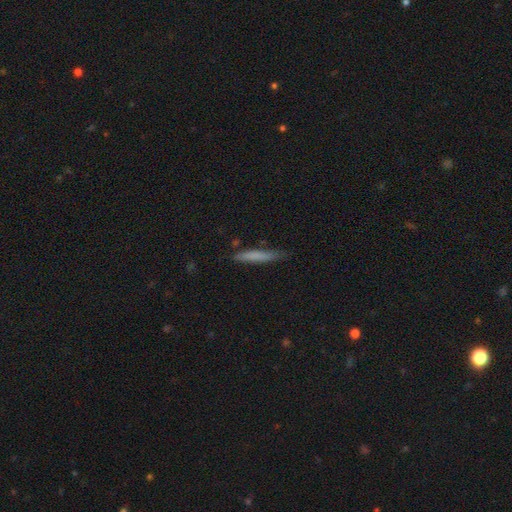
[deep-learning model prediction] smooth-or-featured: smooth: 70% | featured or disk: 23% | star or artifact: 6%
  how-rounded: cigar-shaped: 94% | in between: 5% | round: 1%
  merging: none: 77% | minor disturbance: 17% | major disturbance: 3% | merger: 2%